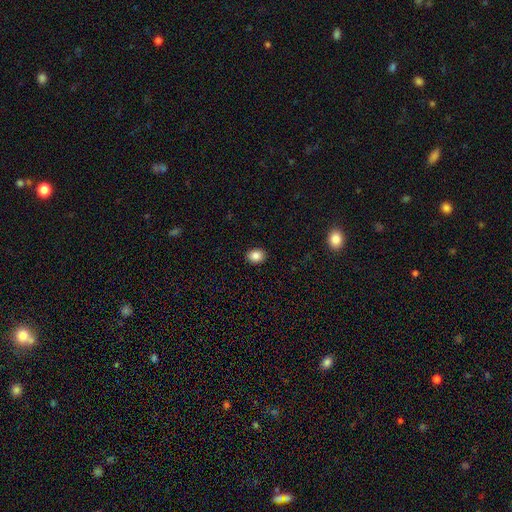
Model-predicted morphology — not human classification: Overall: smooth (85%). How rounded: in between (53%; round 46%). Merging: none (91%).